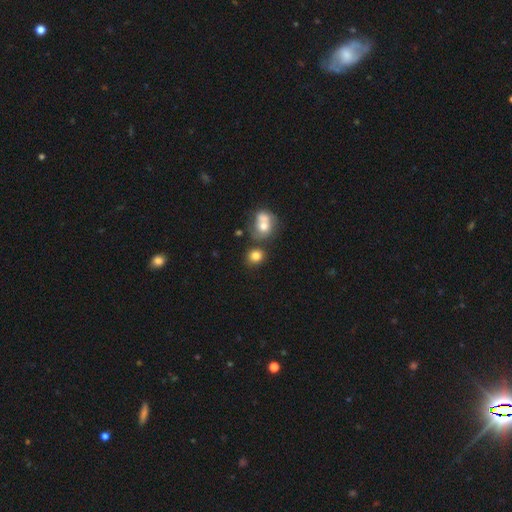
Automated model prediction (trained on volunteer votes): Q: Smooth or featured?
A: smooth (79%); runner-up: star or artifact (12%)
Q: How rounded?
A: round (76%); runner-up: in between (23%)
Q: Merging?
A: none (59%); runner-up: merger (25%)